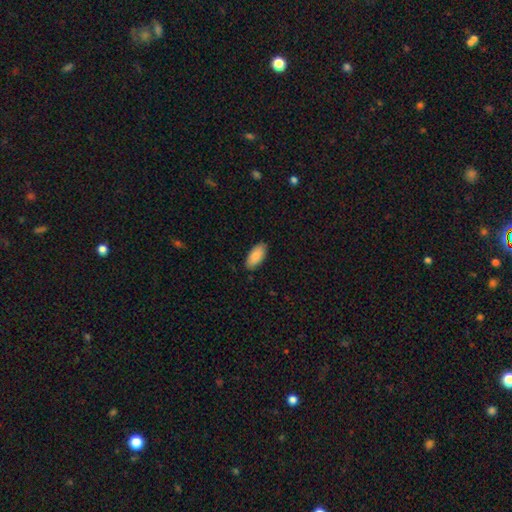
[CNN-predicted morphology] type=smooth (89%); roundness=in between (92%); merging=none (87%).